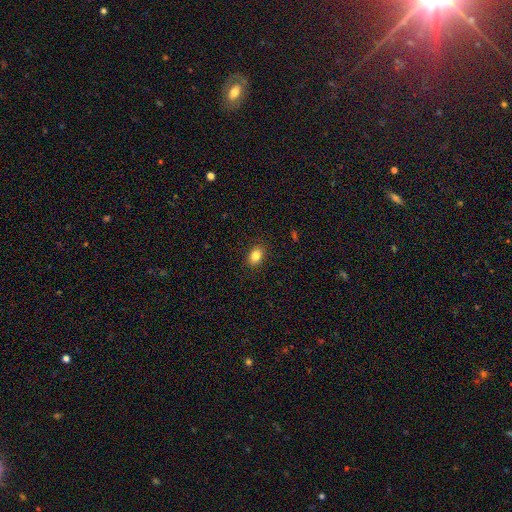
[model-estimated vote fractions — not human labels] smooth-or-featured: smooth: 84% | star or artifact: 9% | featured or disk: 7%
  how-rounded: in between: 78% | round: 20% | cigar-shaped: 1%
  merging: none: 89% | minor disturbance: 8% | major disturbance: 2% | merger: 1%